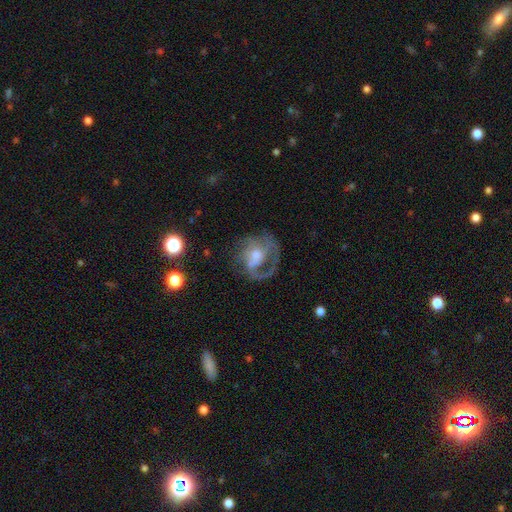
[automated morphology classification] smooth_or_featured: featured or disk (p=0.73) [alt: smooth p=0.18]
disk_edge_on: no (p=0.97) [alt: yes p=0.03]
bar: no (p=0.60) [alt: weak p=0.32]
has_spiral_arms: yes (p=0.76) [alt: no p=0.24]
spiral_winding: medium (p=0.42) [alt: tight p=0.32]
spiral_arm_count: 1 (p=0.45) [alt: 2 p=0.25]
bulge_size: moderate (p=0.52) [alt: small p=0.37]
merging: none (p=0.45) [alt: major disturbance p=0.33]